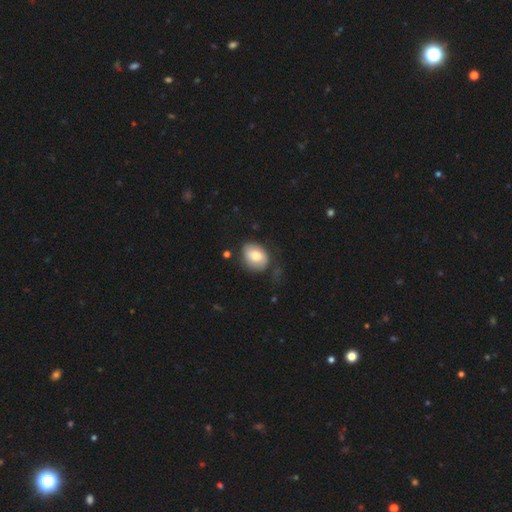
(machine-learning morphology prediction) smooth-or-featured: smooth: 75% | featured or disk: 18% | star or artifact: 7%
  how-rounded: in between: 63% | round: 36% | cigar-shaped: 1%
  merging: none: 64% | minor disturbance: 24% | major disturbance: 9% | merger: 3%